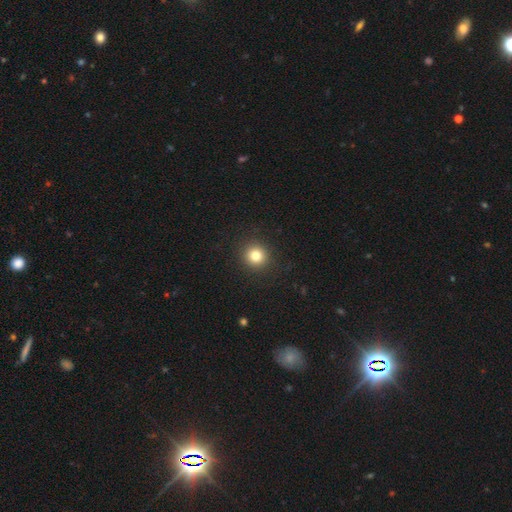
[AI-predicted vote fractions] A smooth galaxy with no disk features (82%) that is round (93%).

Vote fractions:
- Smooth or featured? smooth: 82% / star or artifact: 12% / featured or disk: 6%
- How rounded? round: 93% / in between: 6% / cigar-shaped: 1%
- Merging? none: 92% / minor disturbance: 5% / major disturbance: 2% / merger: 1%